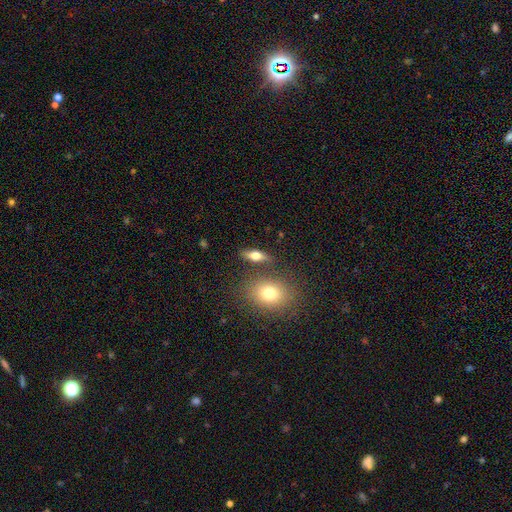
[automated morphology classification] smooth 54%, featured or disk 37%, star or artifact 9%. Down the decision tree: how rounded — in between (61%); merging — none (78%).